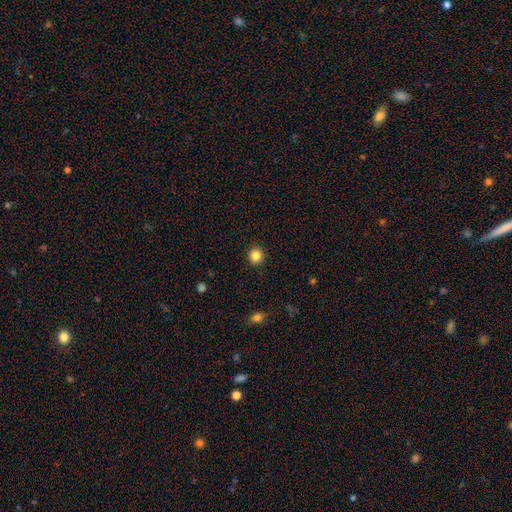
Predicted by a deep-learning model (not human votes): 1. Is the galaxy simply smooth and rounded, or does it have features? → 85% smooth, 11% star or artifact, 4% featured or disk.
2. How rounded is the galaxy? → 91% round, 8% in between, 1% cigar-shaped.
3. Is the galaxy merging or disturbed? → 92% none, 5% minor disturbance, 2% major disturbance, 1% merger.